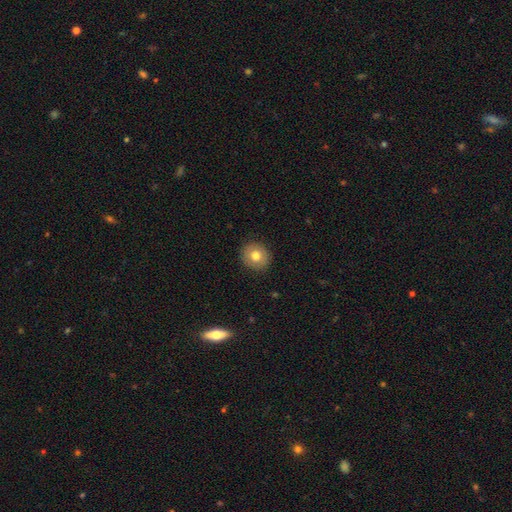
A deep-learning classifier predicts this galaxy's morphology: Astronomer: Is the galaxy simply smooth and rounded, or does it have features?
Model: smooth — 76%.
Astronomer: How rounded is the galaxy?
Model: round — 83%.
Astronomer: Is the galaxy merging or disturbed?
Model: none — 90%.